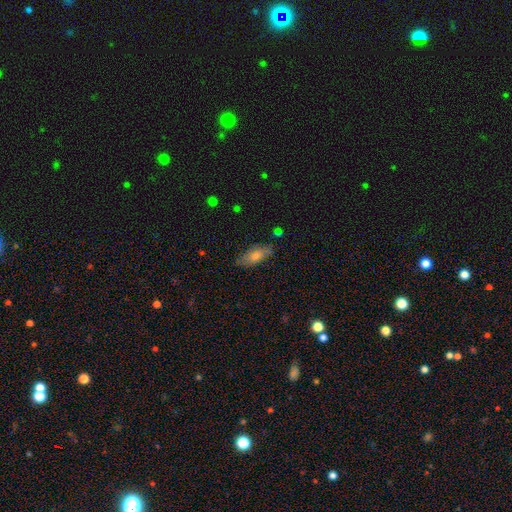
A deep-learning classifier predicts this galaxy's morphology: Overall: smooth (55%; featured or disk 34%). How rounded: in between (70%). Merging: none (77%).